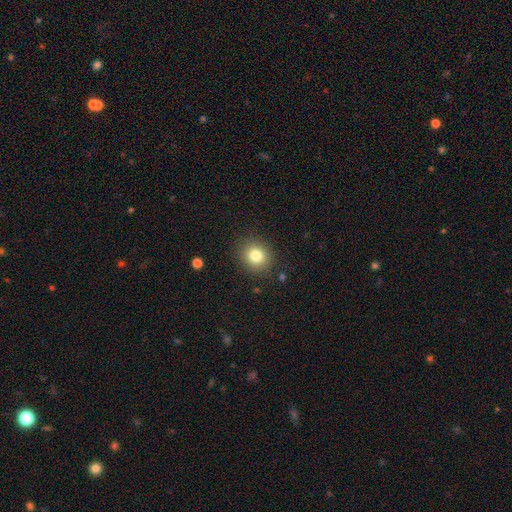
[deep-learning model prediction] smooth_or_featured: smooth (p=0.81) [alt: star or artifact p=0.11]
how_rounded: round (p=0.80) [alt: in between p=0.19]
merging: none (p=0.88) [alt: minor disturbance p=0.08]